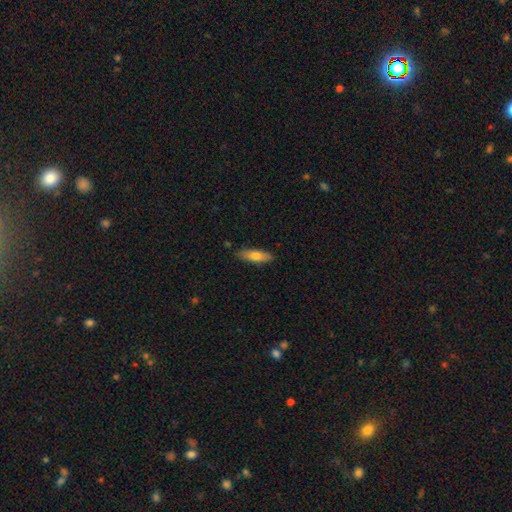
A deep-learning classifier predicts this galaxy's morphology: smooth-or-featured: smooth: 69% | featured or disk: 25% | star or artifact: 6%
  how-rounded: cigar-shaped: 54% | in between: 44% | round: 2%
  merging: none: 83% | minor disturbance: 13% | major disturbance: 2% | merger: 2%